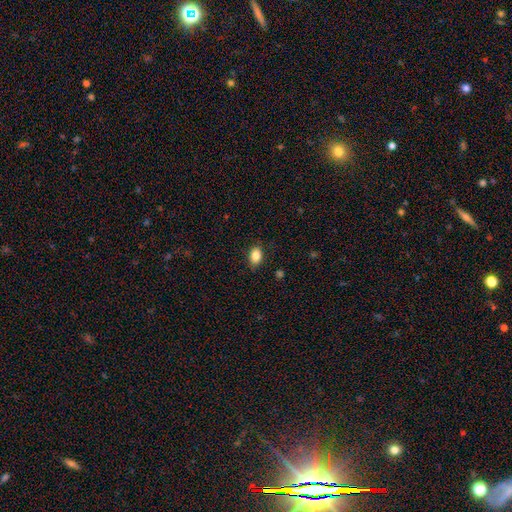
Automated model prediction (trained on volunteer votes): This is clearly a smooth galaxy (86%). How rounded: clearly in between (84%). Merging: clearly none (86%).